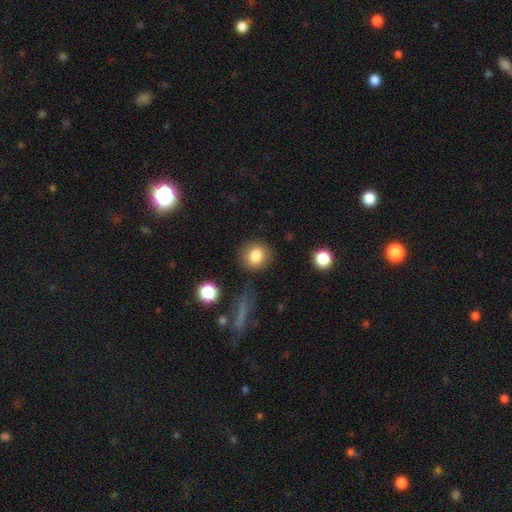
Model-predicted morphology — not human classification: Smooth or featured? Predicted: smooth (p=0.84). How rounded? Predicted: round (p=0.81). Merging? Predicted: none (p=0.83).